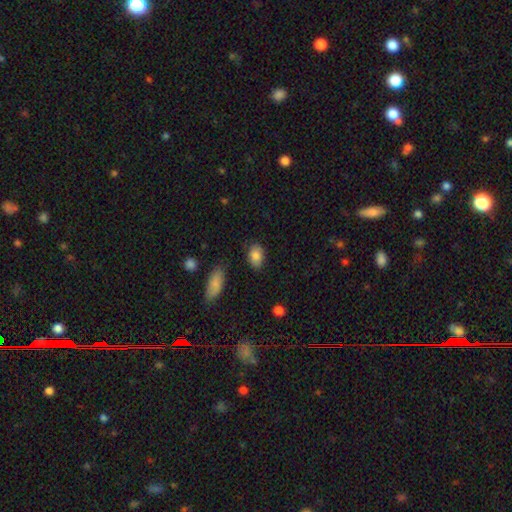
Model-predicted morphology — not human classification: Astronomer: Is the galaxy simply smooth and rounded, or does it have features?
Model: smooth — 83%.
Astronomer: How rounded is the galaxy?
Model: in between — 86%.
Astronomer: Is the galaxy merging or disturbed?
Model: none — 82%.